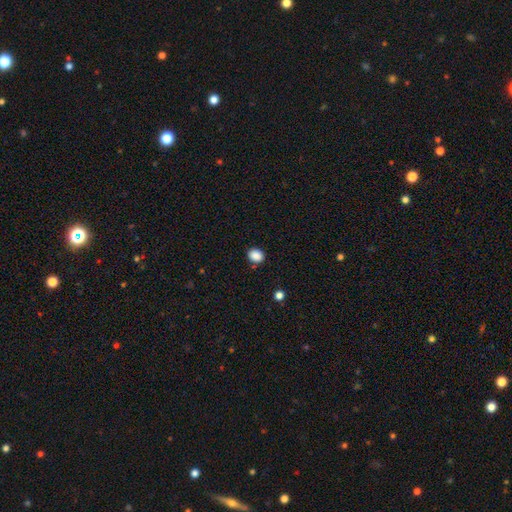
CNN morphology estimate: smooth_or_featured: smooth (p=0.88) [alt: star or artifact p=0.09]
how_rounded: round (p=0.51) [alt: in between p=0.48]
merging: none (p=0.84) [alt: minor disturbance p=0.10]